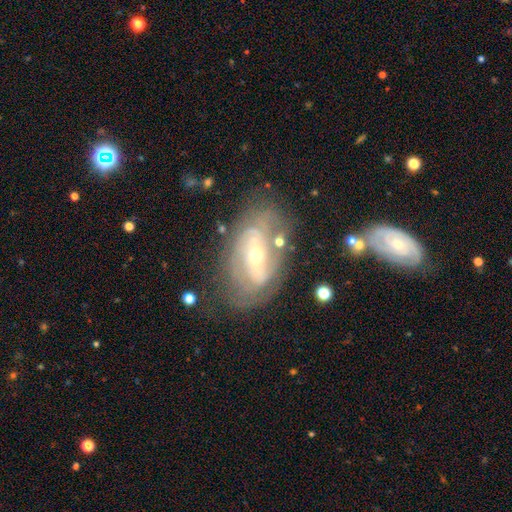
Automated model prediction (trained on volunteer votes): featured or disk 80%, smooth 14%, star or artifact 7%. Down the decision tree: edge-on disk — no (93%); bar — no (37%); spiral arms — yes (80%); spiral arm count — 2 (46%); spiral winding — tight (54%); bulge size — moderate (48%); merging — none (66%).